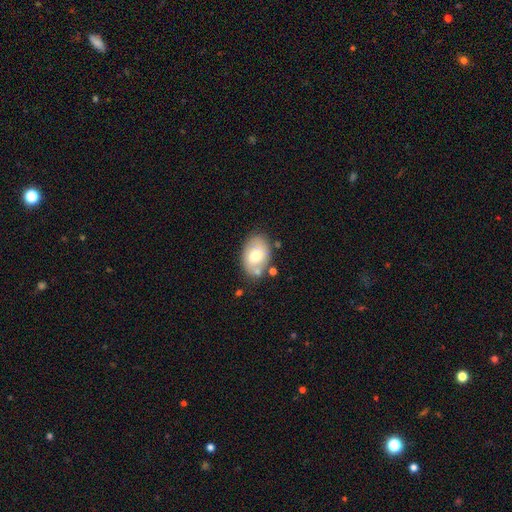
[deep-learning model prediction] Smooth or featured: smooth — 67% (featured or disk — 26%)
How rounded: in between — 84% (round — 15%)
Merging: none — 69% (minor disturbance — 18%)